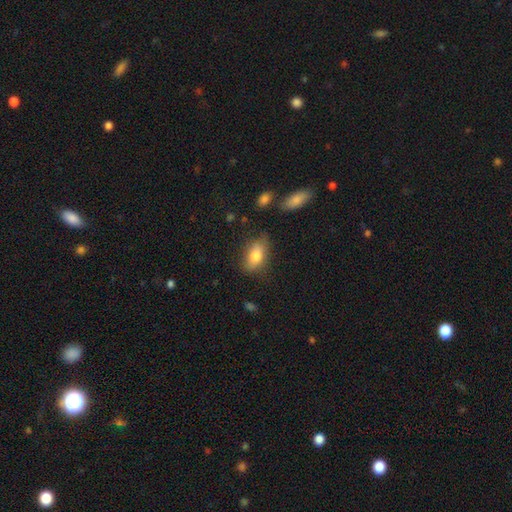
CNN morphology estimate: The model was most divided on "merging": none: 72%, minor disturbance: 20%, major disturbance: 5%, merger: 3%. More confident: how rounded — in between (87%); smooth or featured — smooth (79%).